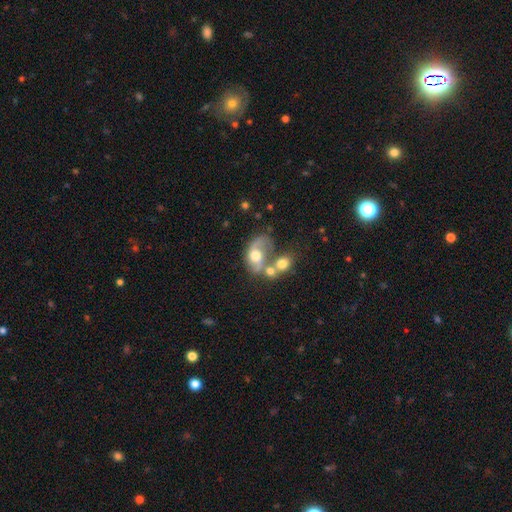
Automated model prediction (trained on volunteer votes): Q: Smooth or featured?
A: featured or disk (52%); runner-up: smooth (38%)
Q: Edge-on disk?
A: no (96%); runner-up: yes (4%)
Q: Bar?
A: no (74%); runner-up: weak (21%)
Q: Spiral arms?
A: yes (64%); runner-up: no (36%)
Q: Bulge size?
A: moderate (58%); runner-up: large (27%)
Q: Merging?
A: merger (47%); runner-up: none (22%)